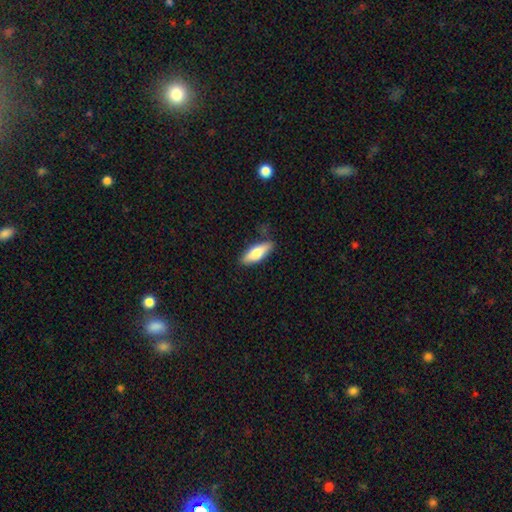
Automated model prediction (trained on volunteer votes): smooth 75%, featured or disk 19%, star or artifact 6%. Down the decision tree: how rounded — in between (59%); merging — none (80%).